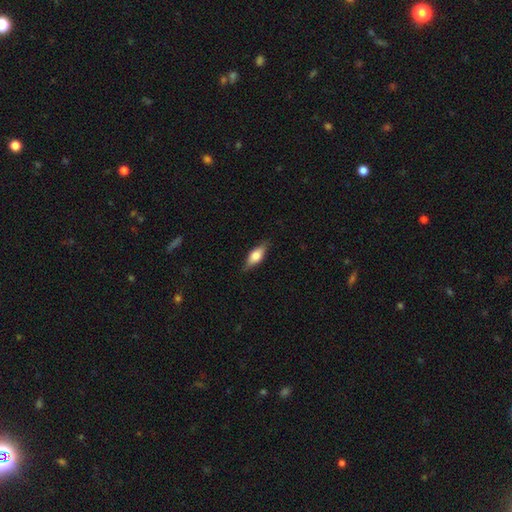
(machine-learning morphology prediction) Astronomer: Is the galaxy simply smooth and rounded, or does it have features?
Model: smooth — 60%.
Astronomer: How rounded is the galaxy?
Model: in between — 70%.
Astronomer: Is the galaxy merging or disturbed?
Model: none — 83%.